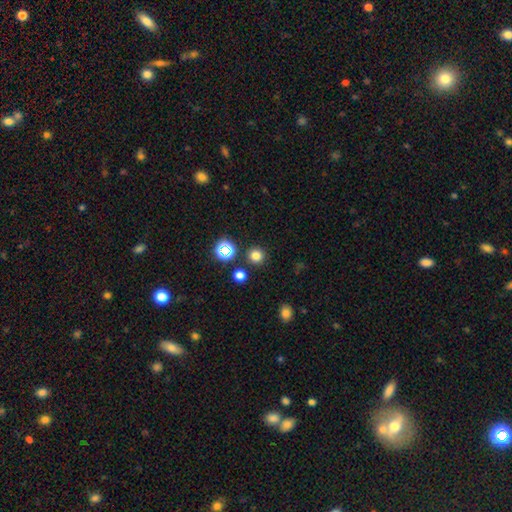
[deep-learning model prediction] smooth 77%, star or artifact 18%, featured or disk 5%. Down the decision tree: how rounded — round (93%); merging — none (88%).